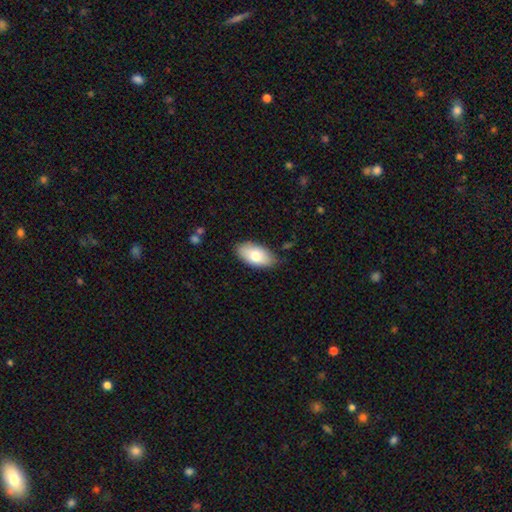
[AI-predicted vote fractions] Smooth or featured? smooth (74%)
How rounded? in between (94%)
Merging? none (81%)